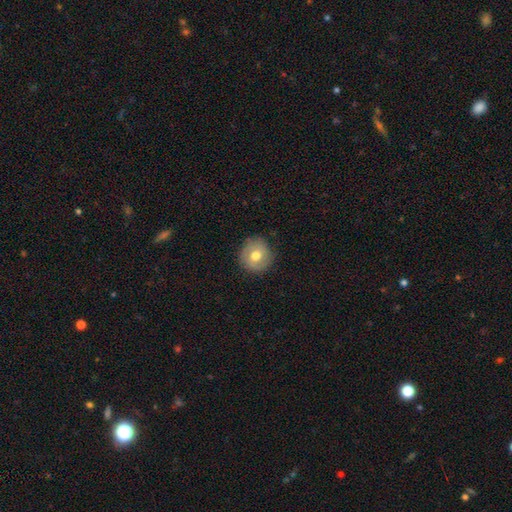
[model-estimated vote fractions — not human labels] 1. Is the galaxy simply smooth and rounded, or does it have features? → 63% smooth, 29% featured or disk, 8% star or artifact.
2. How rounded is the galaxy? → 91% round, 8% in between, 1% cigar-shaped.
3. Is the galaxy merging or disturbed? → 84% none, 12% minor disturbance, 3% major disturbance, 1% merger.